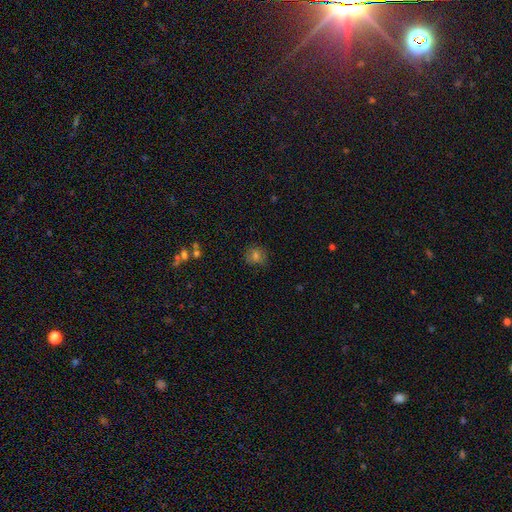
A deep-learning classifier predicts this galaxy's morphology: type=smooth (71%); roundness=round (84%); merging=none (82%).